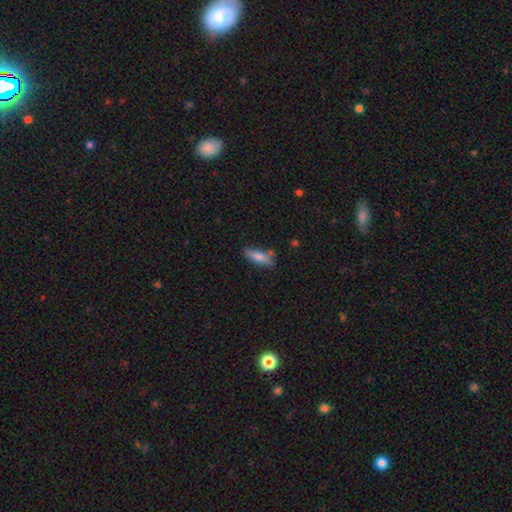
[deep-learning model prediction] Smooth or featured? smooth (64%)
How rounded? cigar-shaped (52%)
Merging? none (71%)